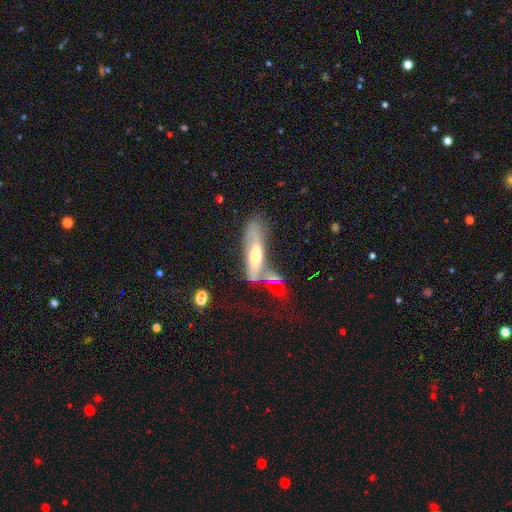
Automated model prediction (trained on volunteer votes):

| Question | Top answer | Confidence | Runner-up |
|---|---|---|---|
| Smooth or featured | featured or disk | 58% | smooth (35%) |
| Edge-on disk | yes | 55% | no (45%) |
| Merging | none | 32% | merger (26%) |